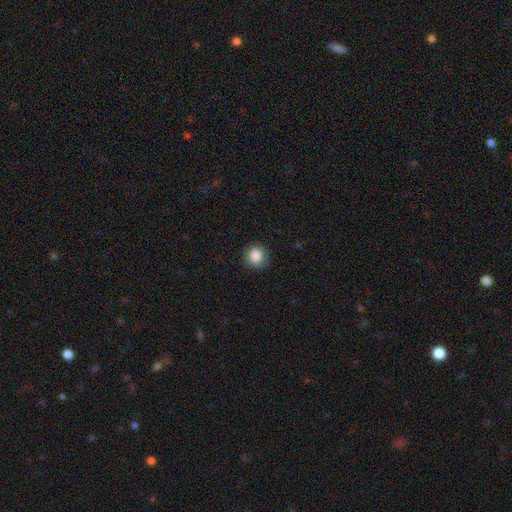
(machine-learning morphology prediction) type=smooth (84%); roundness=round (82%); merging=none (85%).